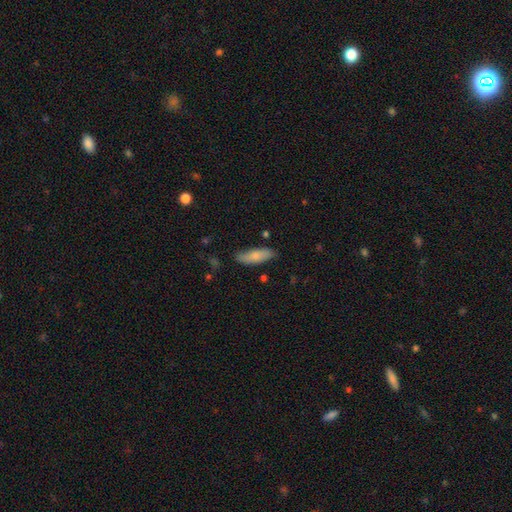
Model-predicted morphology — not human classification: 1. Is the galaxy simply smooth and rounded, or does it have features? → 79% smooth, 15% featured or disk, 6% star or artifact.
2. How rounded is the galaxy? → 54% in between, 44% cigar-shaped, 2% round.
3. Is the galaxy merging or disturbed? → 77% none, 17% minor disturbance, 3% major disturbance, 2% merger.